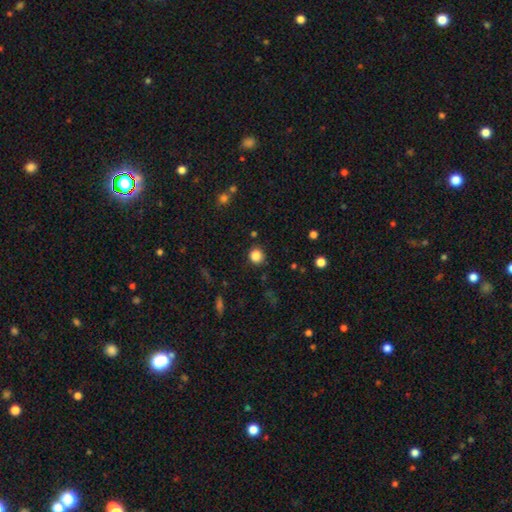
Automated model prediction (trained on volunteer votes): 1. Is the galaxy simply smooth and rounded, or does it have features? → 85% smooth, 11% star or artifact, 4% featured or disk.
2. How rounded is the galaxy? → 89% round, 10% in between, 1% cigar-shaped.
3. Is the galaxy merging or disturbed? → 88% none, 8% minor disturbance, 2% major disturbance, 2% merger.